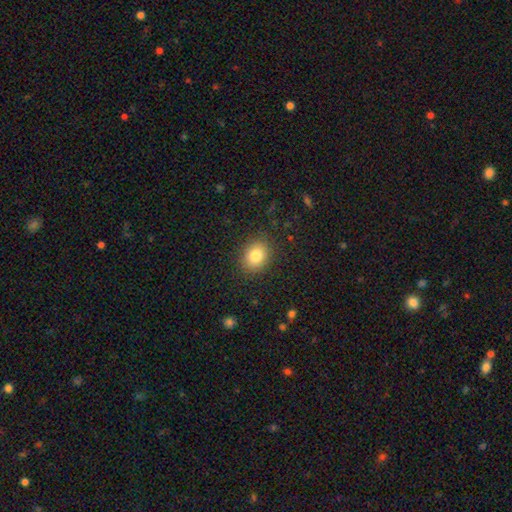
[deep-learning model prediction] A smooth galaxy with no disk features (82%) that is round (50%).

Vote fractions:
- Smooth or featured? smooth: 82% / star or artifact: 10% / featured or disk: 8%
- How rounded? round: 50% / in between: 49% / cigar-shaped: 1%
- Merging? none: 87% / minor disturbance: 9% / major disturbance: 3% / merger: 1%